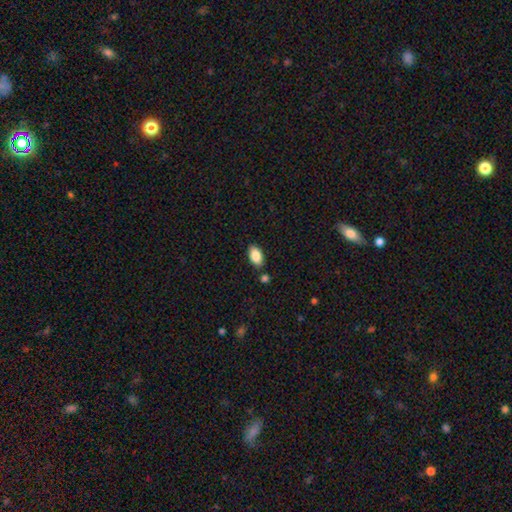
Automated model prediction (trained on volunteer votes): Smooth or featured: smooth — 87% (star or artifact — 7%)
How rounded: in between — 94% (round — 4%)
Merging: none — 82% (minor disturbance — 10%)